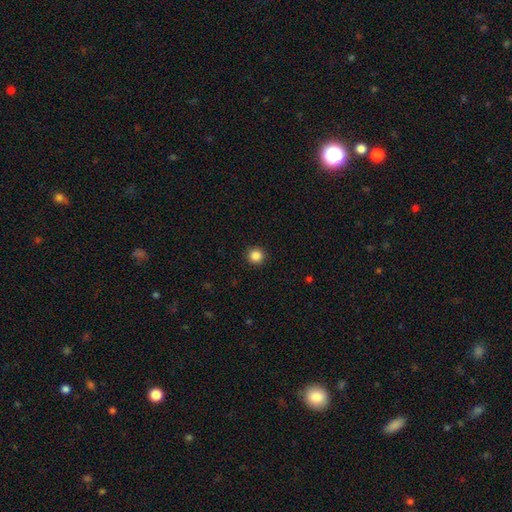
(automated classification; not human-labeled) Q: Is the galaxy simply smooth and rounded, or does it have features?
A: smooth — 87%.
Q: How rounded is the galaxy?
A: round — 95%.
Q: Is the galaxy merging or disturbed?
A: none — 93%.